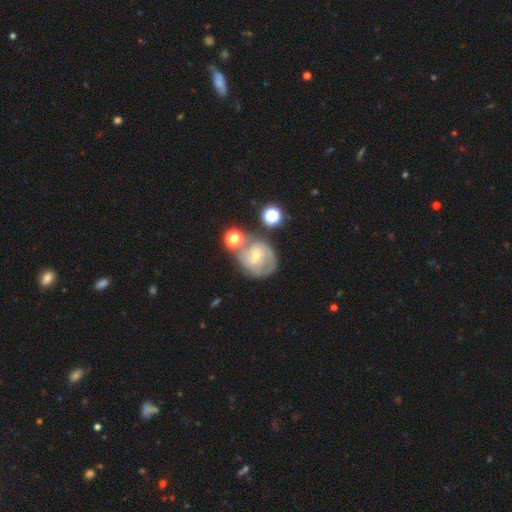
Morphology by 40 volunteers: smooth_or_featured: featured or disk (p=0.75) [alt: smooth p=0.15]
disk_edge_on: no (p=0.97) [alt: yes p=0.03]
bar: weak (p=0.59) [alt: no p=0.31]
has_spiral_arms: yes (p=0.90) [alt: no p=0.10]
spiral_winding: medium (p=0.54) [alt: tight p=0.35]
spiral_arm_count: 2 (p=0.73) [alt: 3 p=0.15]
bulge_size: small (p=0.59) [alt: moderate p=0.34]
merging: none (p=0.53) [alt: minor disturbance p=0.17]